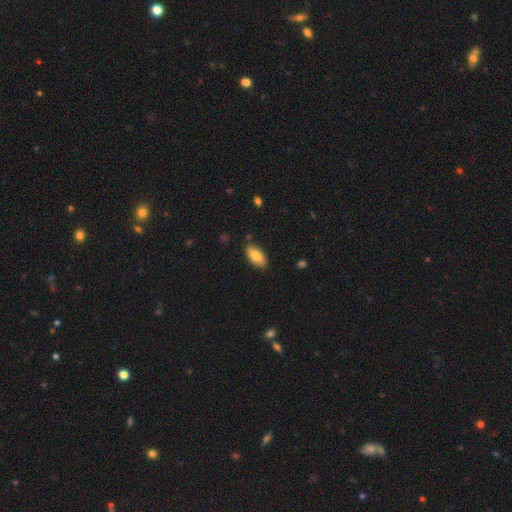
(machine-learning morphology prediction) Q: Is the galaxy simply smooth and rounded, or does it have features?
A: smooth — 81%.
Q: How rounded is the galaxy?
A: in between — 92%.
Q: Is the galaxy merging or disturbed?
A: none — 83%.